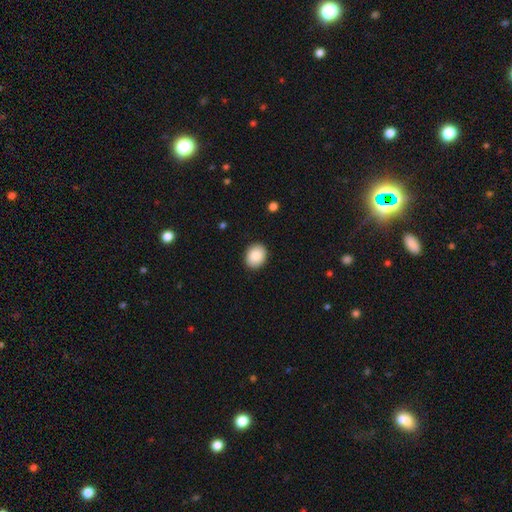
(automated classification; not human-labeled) Smooth or featured?
  - smooth: 87% *
  - star or artifact: 7%
  - featured or disk: 6%
How rounded?
  - round: 52% *
  - in between: 47%
  - cigar-shaped: 1%
Merging?
  - none: 90% *
  - minor disturbance: 7%
  - major disturbance: 2%
  - merger: 1%